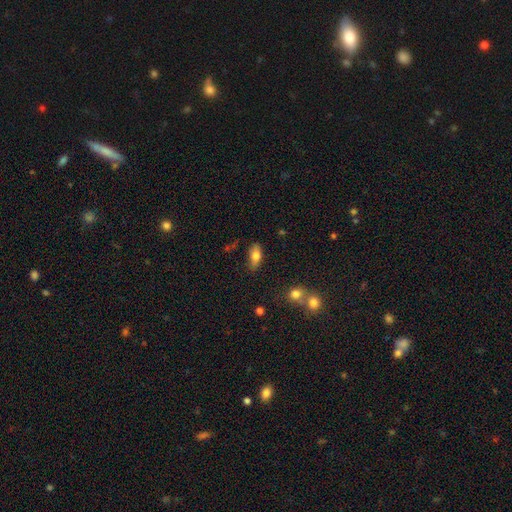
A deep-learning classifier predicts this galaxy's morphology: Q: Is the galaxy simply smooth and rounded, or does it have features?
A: smooth — 71%.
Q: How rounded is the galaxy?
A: in between — 79%.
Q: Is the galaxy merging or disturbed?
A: none — 75%.